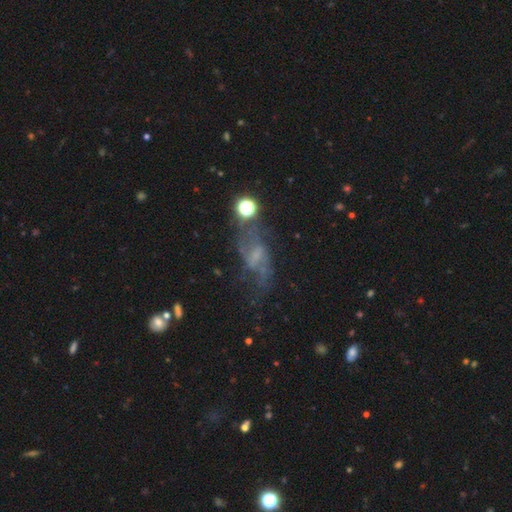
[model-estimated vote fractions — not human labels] This is likely a featured or disk galaxy (63%). It is clearly not viewed edge-on (90%). Bar: possibly weak (46%). Spiral arm pattern: likely yes (75%). Central bulge: marginally small (40%). Merging: possibly none (51%).